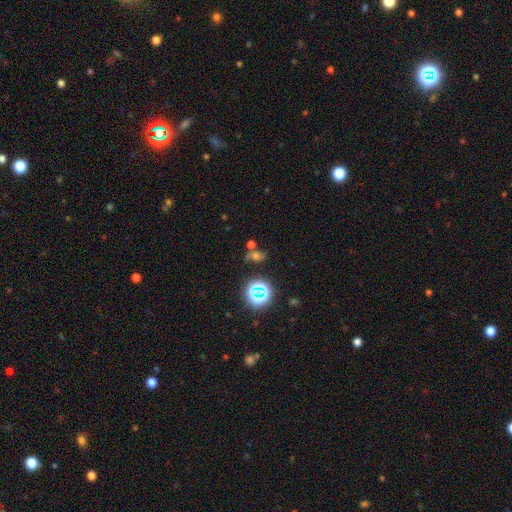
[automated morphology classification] A smooth galaxy with no disk features (41%, tied with star or artifact). Merging: none (48%).